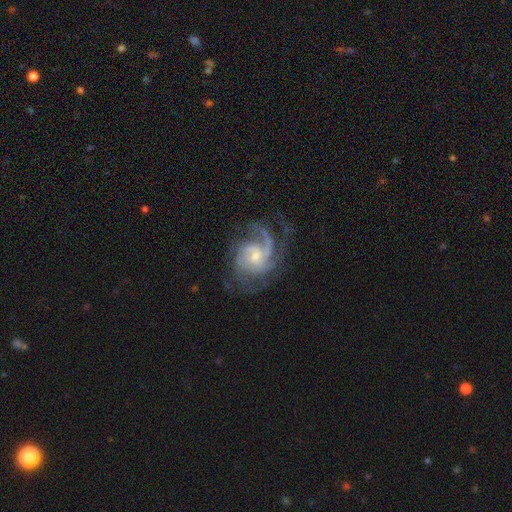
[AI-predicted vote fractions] The model was most divided on "spiral arm count": 3: 30%, 2: 25%, can't tell: 18%, 1: 11%, 4: 9%, more than 4: 6%. Remaining: edge-on disk — no (98%); spiral arms — yes (97%); smooth or featured — featured or disk (88%); merging — none (61%); bar — no (57%); spiral winding — medium (47%); bulge size — small (46%).